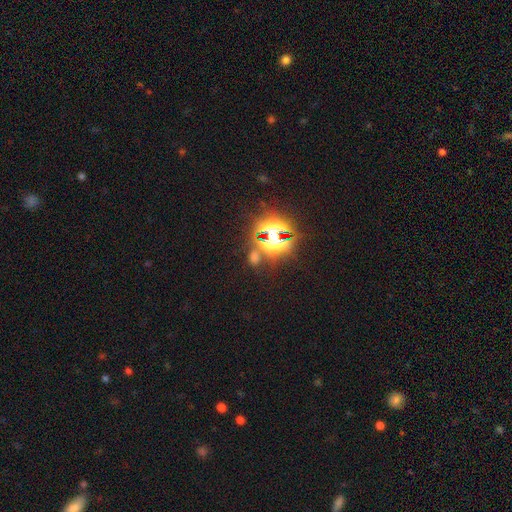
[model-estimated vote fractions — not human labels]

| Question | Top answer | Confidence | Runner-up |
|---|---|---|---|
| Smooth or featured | star or artifact | 73% | smooth (19%) |